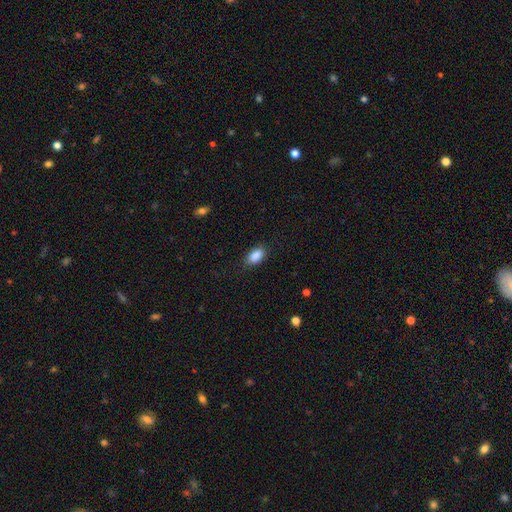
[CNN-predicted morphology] Overall: smooth (89%). How rounded: in between (91%). Merging: none (83%).